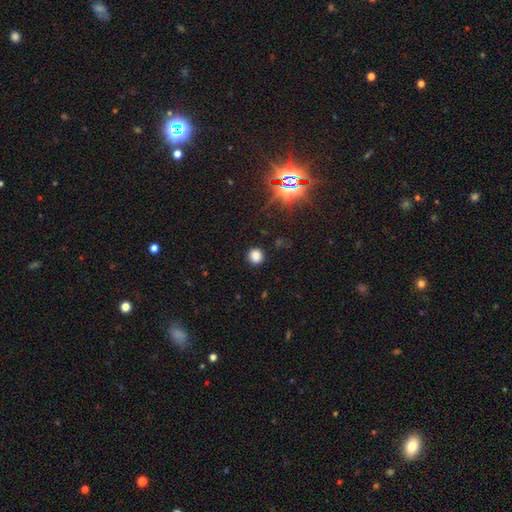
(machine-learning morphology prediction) This is likely a smooth galaxy (78%). How rounded: clearly round (88%). Merging: clearly none (89%).